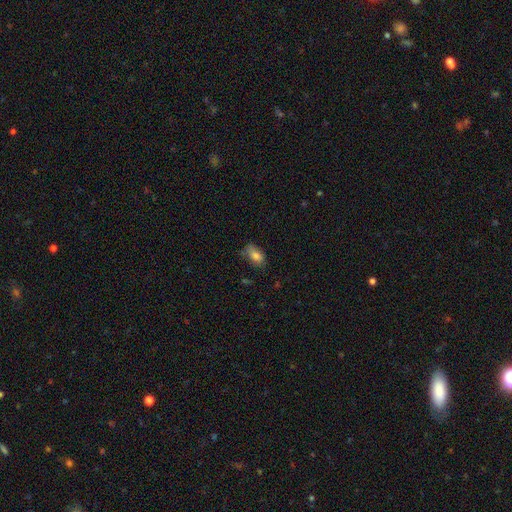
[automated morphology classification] The model was most divided on "merging": none: 57%, minor disturbance: 32%, major disturbance: 9%, merger: 3%. More confident: how rounded — in between (88%); smooth or featured — smooth (80%).